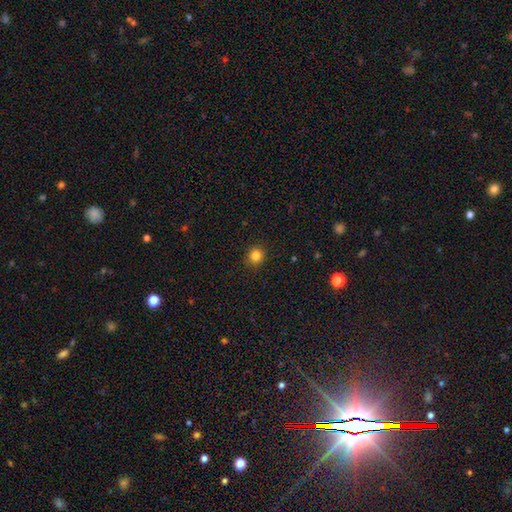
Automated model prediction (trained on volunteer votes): Overall: smooth (83%). How rounded: round (89%). Merging: none (90%).